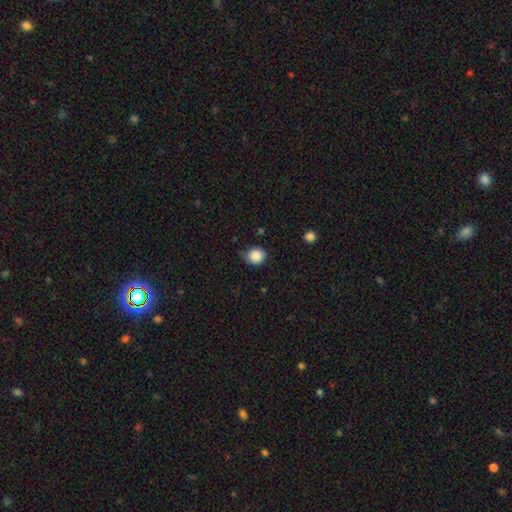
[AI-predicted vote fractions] The model was most divided on "merging": none: 73%, minor disturbance: 21%, major disturbance: 4%, merger: 2%. More confident: smooth or featured — smooth (87%); how rounded — round (84%).